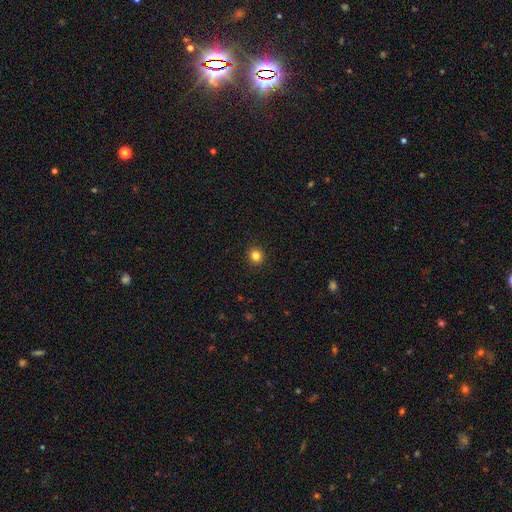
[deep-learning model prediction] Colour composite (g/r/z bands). It shows a smooth galaxy with no disk features (83%) that is round (92%). Merging: none (93%).